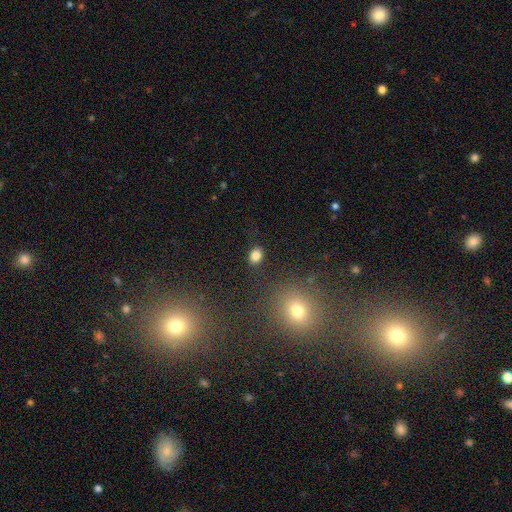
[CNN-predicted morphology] The model was most divided on "how rounded": in between: 63%, round: 36%, cigar-shaped: 1%. More confident: merging — none (84%); smooth or featured — smooth (82%).